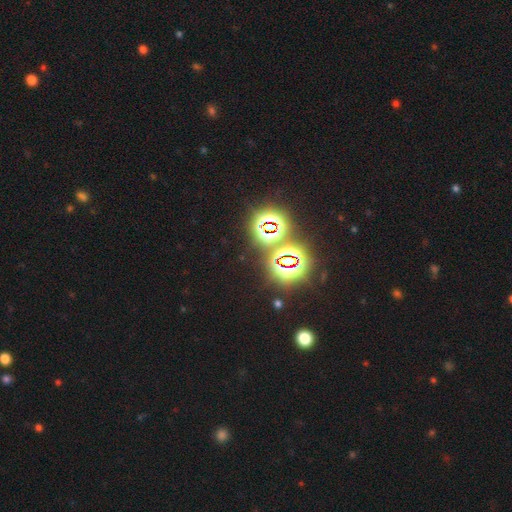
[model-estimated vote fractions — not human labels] The model was most divided on "smooth or featured": star or artifact: 79%, smooth: 15%, featured or disk: 6%.